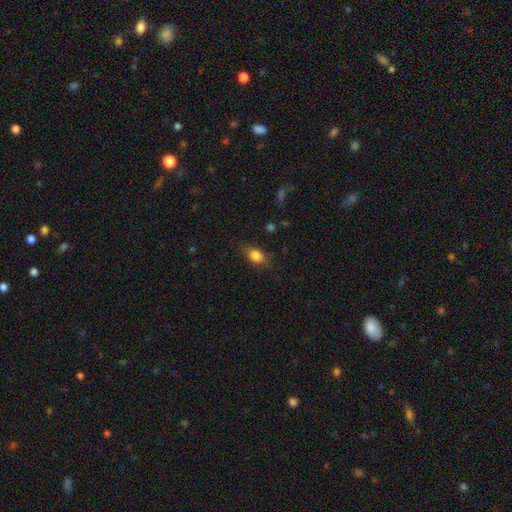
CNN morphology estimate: This is clearly a smooth galaxy (83%). How rounded: likely in between (75%). Merging: likely none (74%).